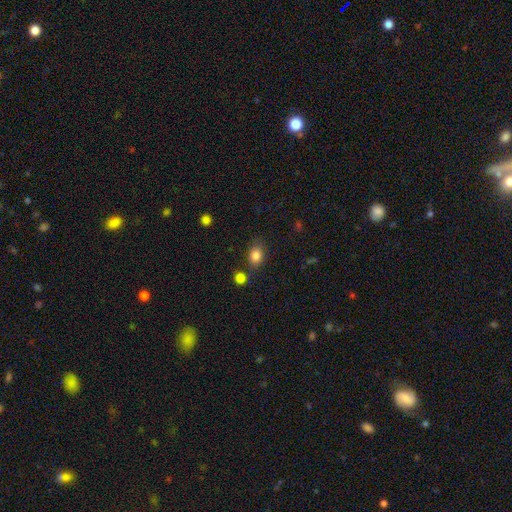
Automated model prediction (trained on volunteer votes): smooth 84%, star or artifact 10%, featured or disk 6%. Down the decision tree: how rounded — in between (70%); merging — none (74%).